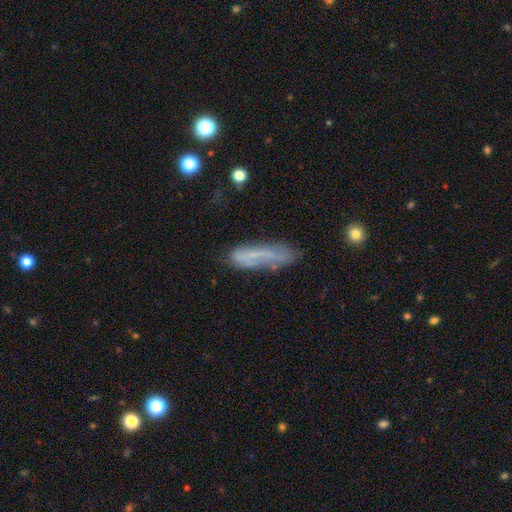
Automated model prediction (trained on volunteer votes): smooth_or_featured: smooth (p=0.51) [alt: featured or disk p=0.39]
how_rounded: cigar-shaped (p=0.69) [alt: in between p=0.29]
merging: none (p=0.52) [alt: minor disturbance p=0.28]